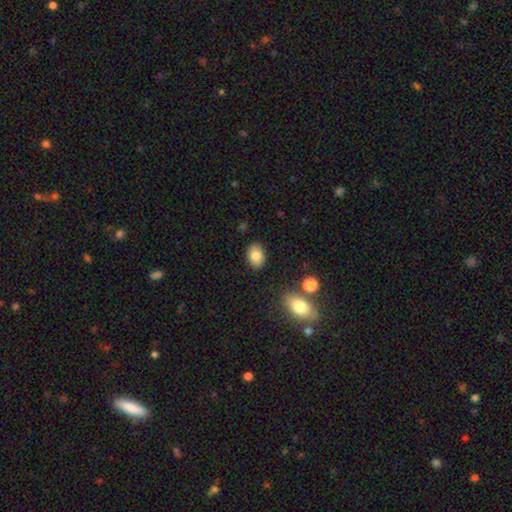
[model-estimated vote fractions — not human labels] Smooth or featured? Predicted: smooth (p=0.81). How rounded? Predicted: in between (p=0.82). Merging? Predicted: none (p=0.87).